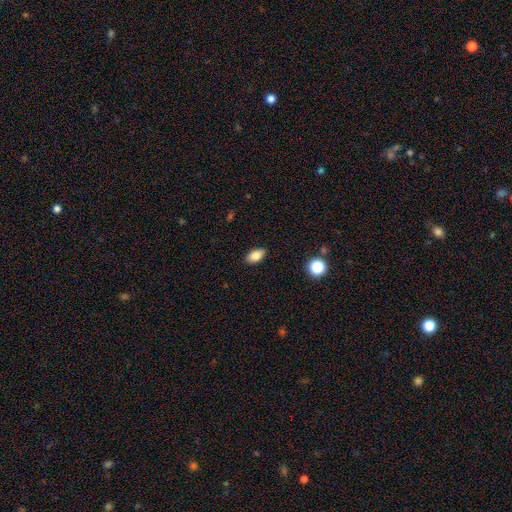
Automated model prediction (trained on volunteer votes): smooth-or-featured: smooth: 83% | star or artifact: 9% | featured or disk: 8%
  how-rounded: in between: 91% | round: 6% | cigar-shaped: 3%
  merging: none: 89% | minor disturbance: 8% | major disturbance: 2% | merger: 1%